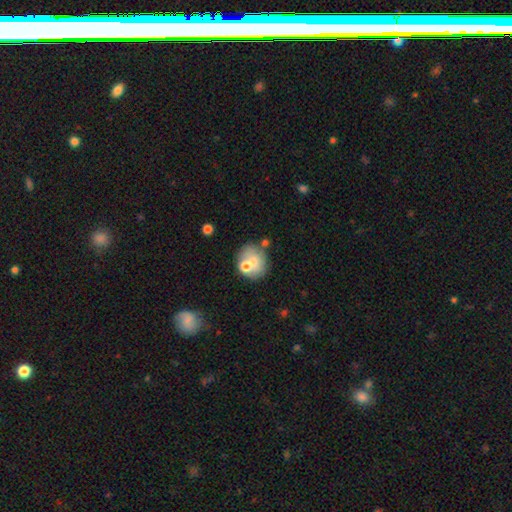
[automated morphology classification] Smooth or featured? Predicted: smooth (p=0.63). How rounded? Predicted: round (p=0.68). Merging? Predicted: none (p=0.51).